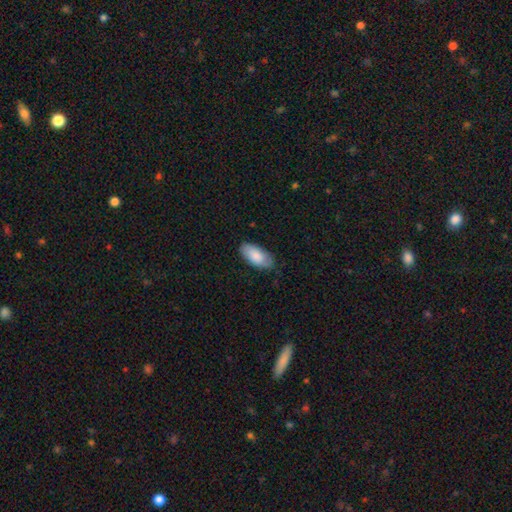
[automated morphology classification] Smooth or featured? smooth (84%)
How rounded? in between (94%)
Merging? none (78%)